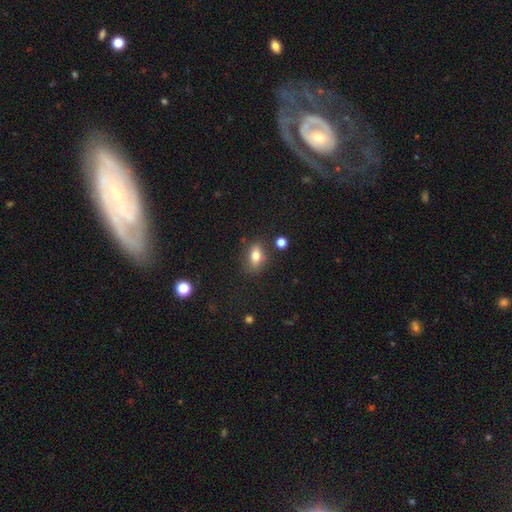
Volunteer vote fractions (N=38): Smooth or featured: smooth — 79% (featured or disk — 18%)
How rounded: in between — 77% (round — 17%)
Merging: none — 92% (minor disturbance — 5%)